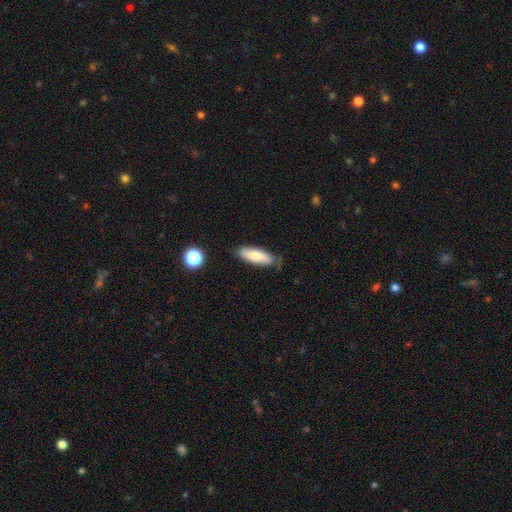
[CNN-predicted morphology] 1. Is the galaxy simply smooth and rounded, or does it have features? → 71% smooth, 22% featured or disk, 7% star or artifact.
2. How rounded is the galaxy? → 64% in between, 34% cigar-shaped, 2% round.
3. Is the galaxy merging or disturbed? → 70% none, 23% minor disturbance, 5% major disturbance, 3% merger.